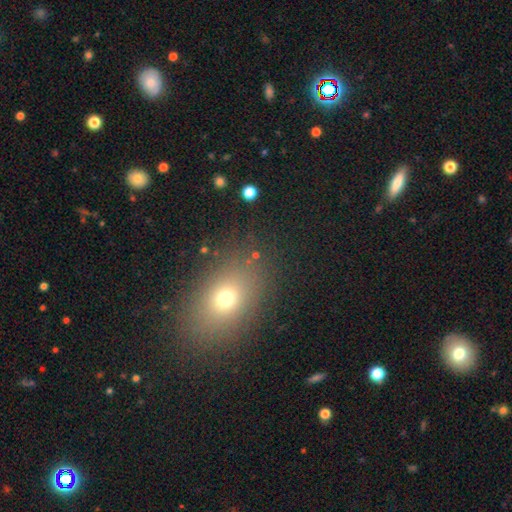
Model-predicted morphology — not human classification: type=smooth (62%); roundness=in between (52%); merging=none (81%).